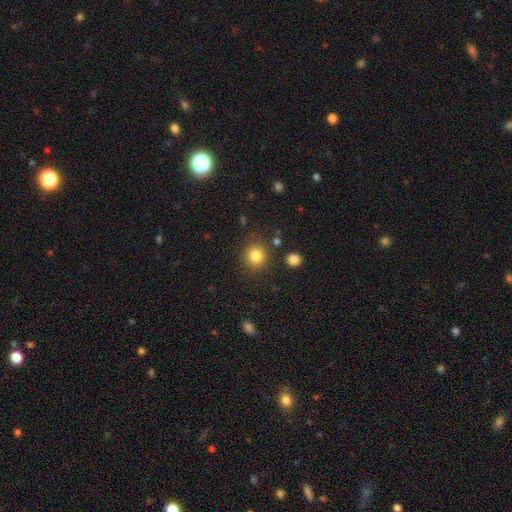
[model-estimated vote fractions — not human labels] Smooth or featured? smooth (83%)
How rounded? round (89%)
Merging? none (86%)